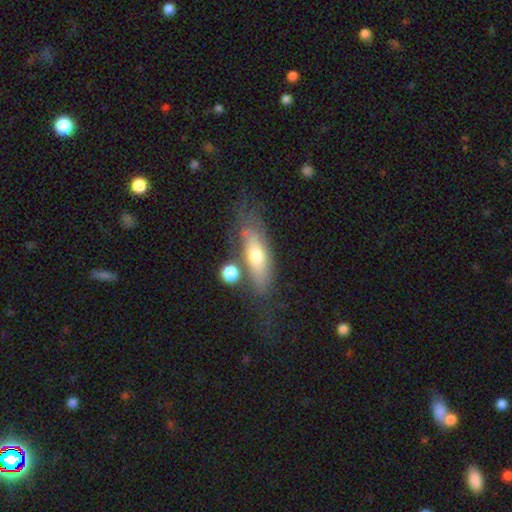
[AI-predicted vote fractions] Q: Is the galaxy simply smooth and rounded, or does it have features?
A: smooth — 52%.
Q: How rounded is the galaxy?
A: in between — 56%.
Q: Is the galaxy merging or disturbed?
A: none — 51%.